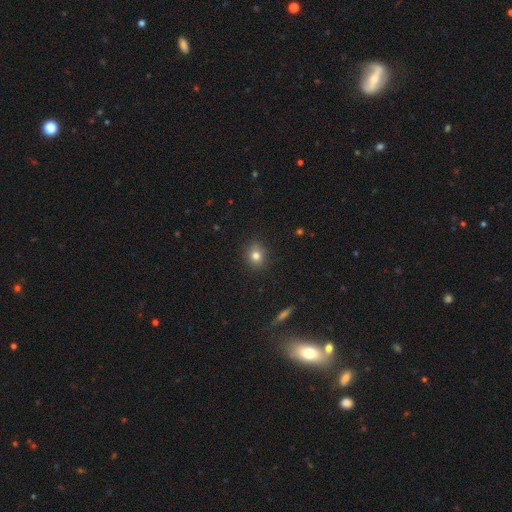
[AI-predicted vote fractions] smooth-or-featured: smooth: 78% | star or artifact: 13% | featured or disk: 9%
  how-rounded: round: 80% | in between: 19% | cigar-shaped: 1%
  merging: none: 88% | minor disturbance: 8% | major disturbance: 2% | merger: 1%